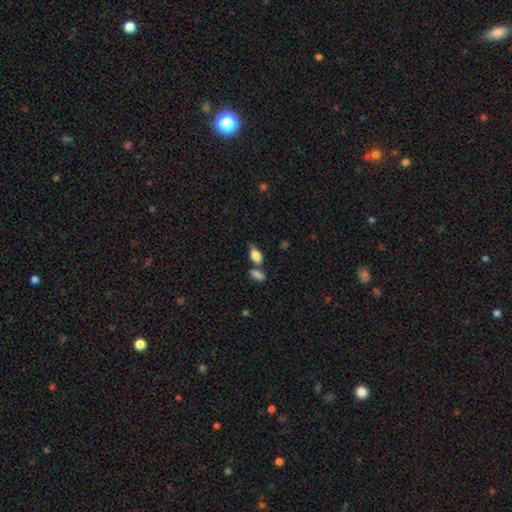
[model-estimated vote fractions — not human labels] Smooth or featured: smooth — 78% (featured or disk — 14%)
How rounded: in between — 85% (cigar-shaped — 8%)
Merging: none — 50% (merger — 29%)